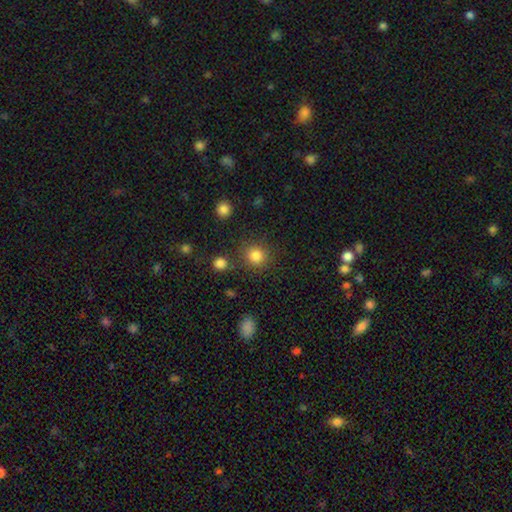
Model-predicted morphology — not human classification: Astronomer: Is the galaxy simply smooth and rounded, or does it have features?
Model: smooth — 83%.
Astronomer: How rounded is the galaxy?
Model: round — 90%.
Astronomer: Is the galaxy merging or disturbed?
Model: none — 83%.